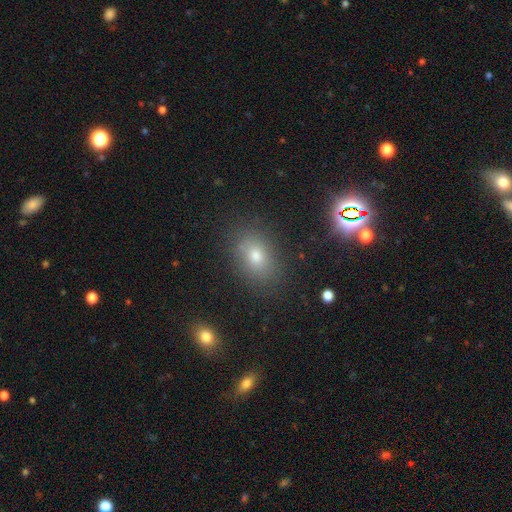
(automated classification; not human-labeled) Smooth or featured? Predicted: smooth (p=0.70). How rounded? Predicted: in between (p=0.71). Merging? Predicted: none (p=0.82).